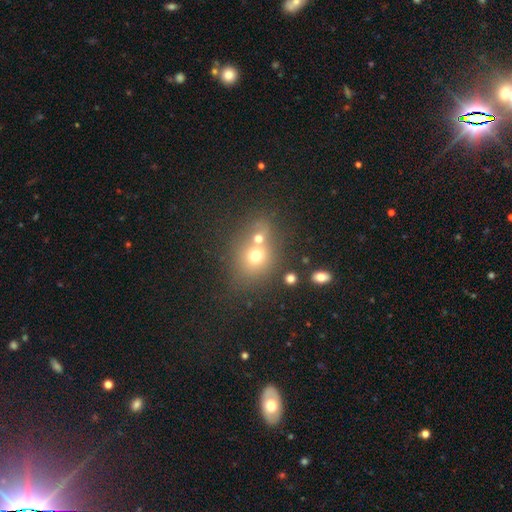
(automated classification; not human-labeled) Smooth or featured?
  - smooth: 66% *
  - featured or disk: 18%
  - star or artifact: 16%
How rounded?
  - round: 64% *
  - in between: 35%
  - cigar-shaped: 1%
Merging?
  - merger: 45% *
  - none: 41%
  - minor disturbance: 9%
  - major disturbance: 5%